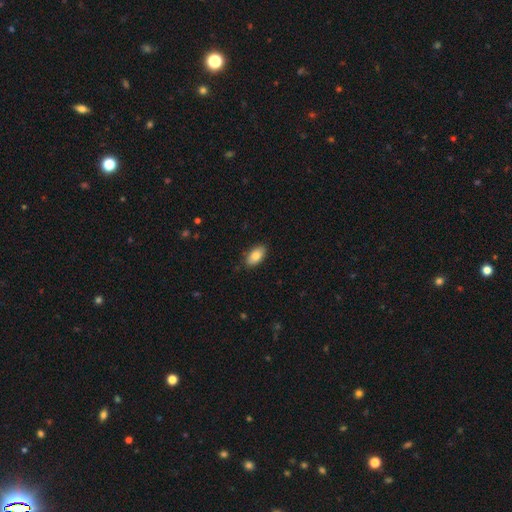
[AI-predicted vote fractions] Q: Smooth or featured?
A: smooth (83%); runner-up: featured or disk (10%)
Q: How rounded?
A: in between (93%); runner-up: cigar-shaped (4%)
Q: Merging?
A: none (86%); runner-up: minor disturbance (11%)